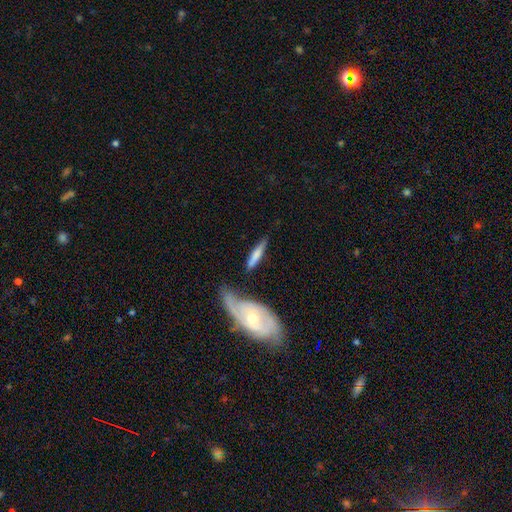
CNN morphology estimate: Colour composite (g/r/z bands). It shows a smooth galaxy with no disk features (63%) that is cigar-shaped (81%). Merging: none (62%).